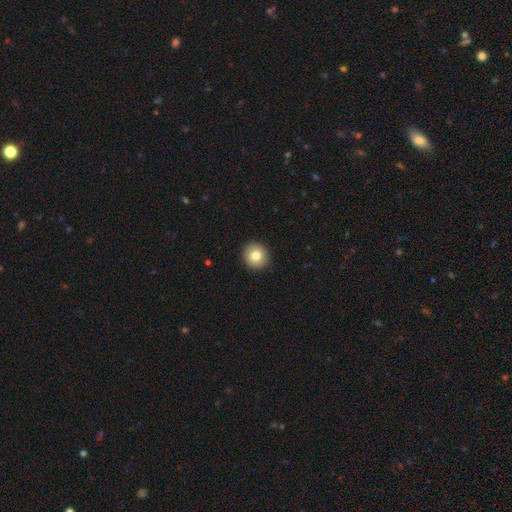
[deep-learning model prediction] A smooth galaxy with no disk features (80%) that is round (91%).

Vote fractions:
- Smooth or featured? smooth: 80% / featured or disk: 10% / star or artifact: 9%
- How rounded? round: 91% / in between: 8% / cigar-shaped: 1%
- Merging? none: 93% / minor disturbance: 5% / major disturbance: 1% / merger: 1%